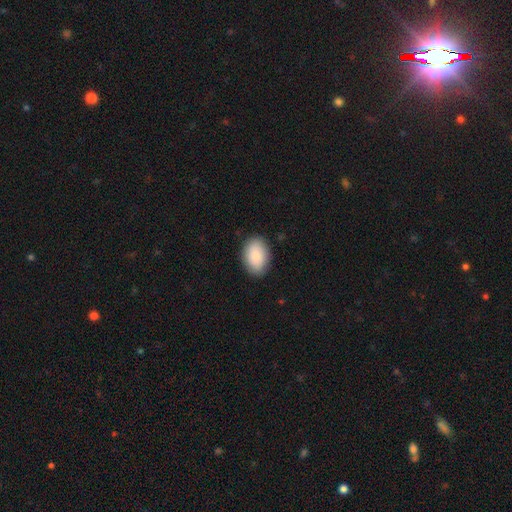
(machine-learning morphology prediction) Smooth or featured? Predicted: smooth (p=0.85). How rounded? Predicted: in between (p=0.84). Merging? Predicted: none (p=0.85).